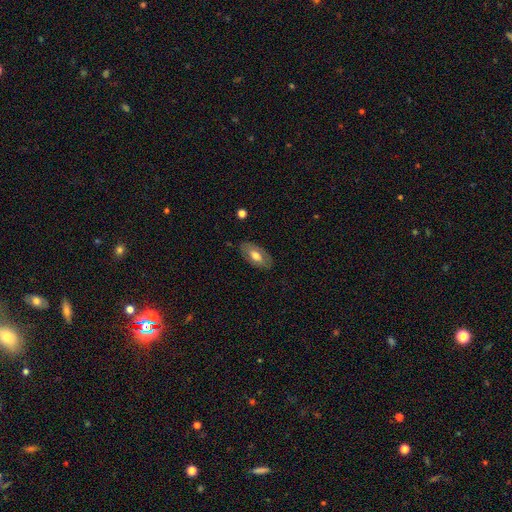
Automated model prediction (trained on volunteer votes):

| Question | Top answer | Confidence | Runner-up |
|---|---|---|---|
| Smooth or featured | smooth | 58% | featured or disk (36%) |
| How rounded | in between | 91% | cigar-shaped (5%) |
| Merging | none | 81% | minor disturbance (14%) |